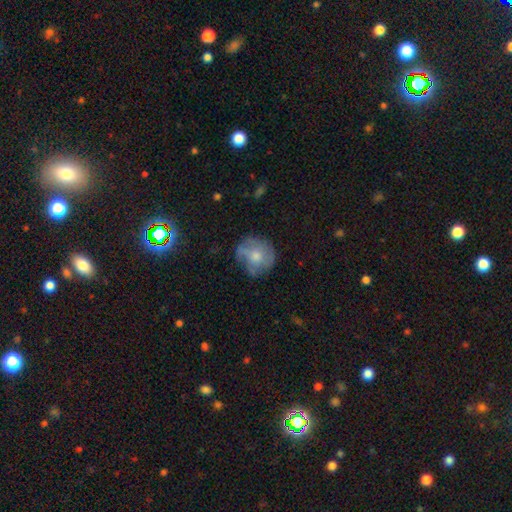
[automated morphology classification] Smooth or featured? Predicted: smooth (p=0.56). How rounded? Predicted: round (p=0.84). Merging? Predicted: none (p=0.60).